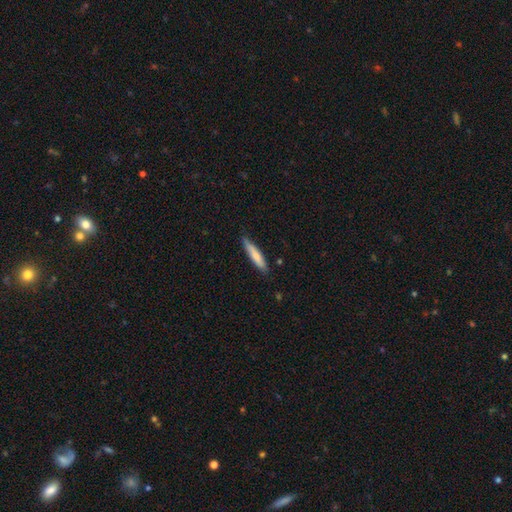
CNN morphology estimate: A smooth galaxy with no disk features (76%) that is cigar-shaped (87%). Merging: none (79%).